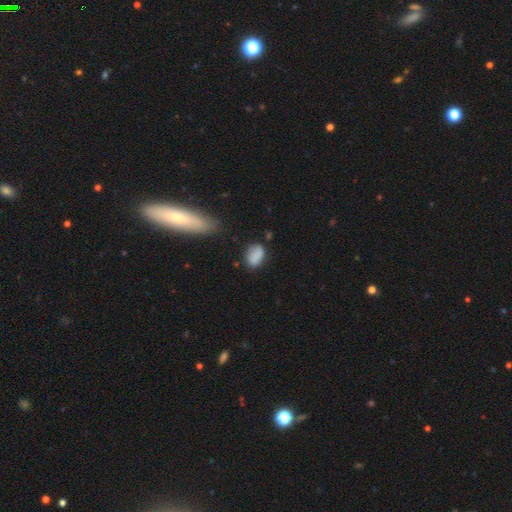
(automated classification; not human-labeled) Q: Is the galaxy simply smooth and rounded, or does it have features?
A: smooth — 84%.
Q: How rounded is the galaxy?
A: in between — 85%.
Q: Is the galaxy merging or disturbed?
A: none — 66%.